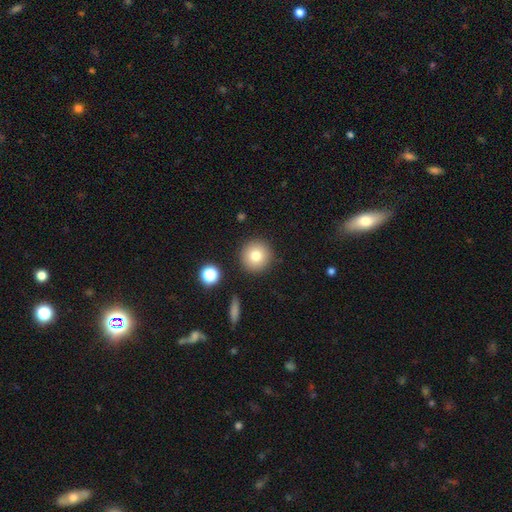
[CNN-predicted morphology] Smooth or featured? smooth (79%)
How rounded? round (95%)
Merging? none (90%)